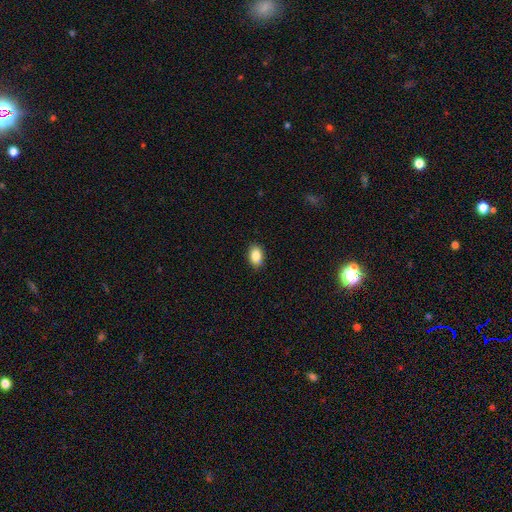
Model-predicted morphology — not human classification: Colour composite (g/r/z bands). It shows a smooth galaxy with no disk features (87%) that is in between round and cigar-shaped (84%). Merging: none (89%).